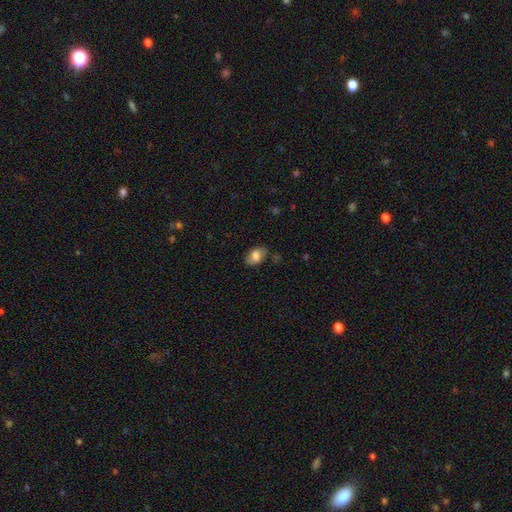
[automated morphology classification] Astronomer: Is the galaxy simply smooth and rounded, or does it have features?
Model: smooth — 75%.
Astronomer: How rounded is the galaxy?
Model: in between — 88%.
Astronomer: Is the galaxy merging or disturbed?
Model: none — 77%.